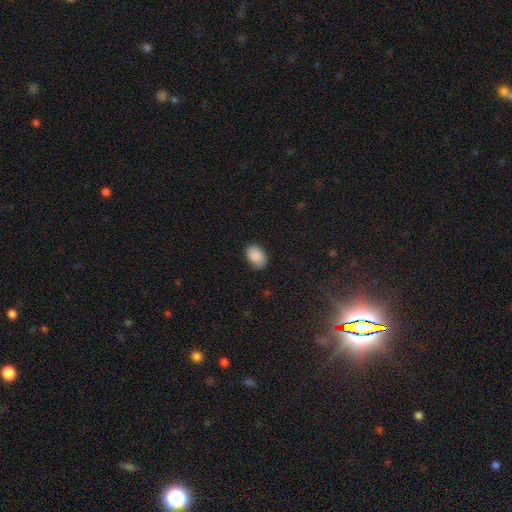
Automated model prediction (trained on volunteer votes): Overall: smooth (87%). How rounded: in between (83%). Merging: none (72%).